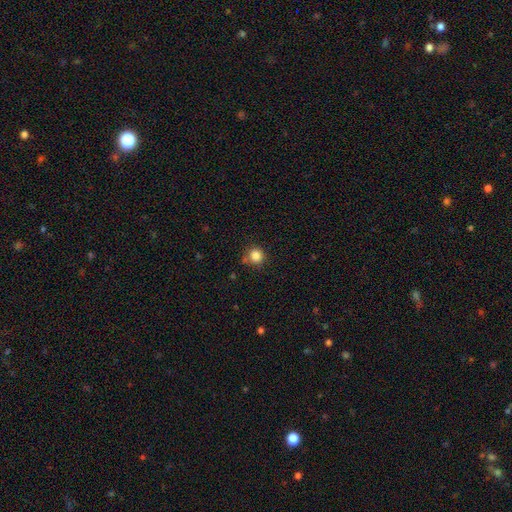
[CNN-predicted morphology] Smooth or featured? smooth (84%)
How rounded? round (92%)
Merging? none (80%)